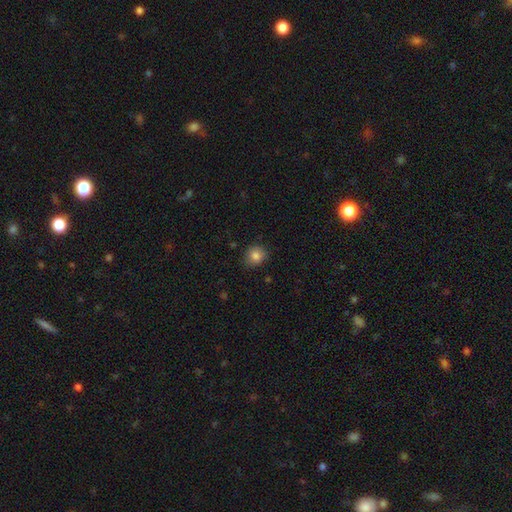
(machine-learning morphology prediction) A smooth galaxy with no disk features (83%) that is round (77%). Merging: none (81%).